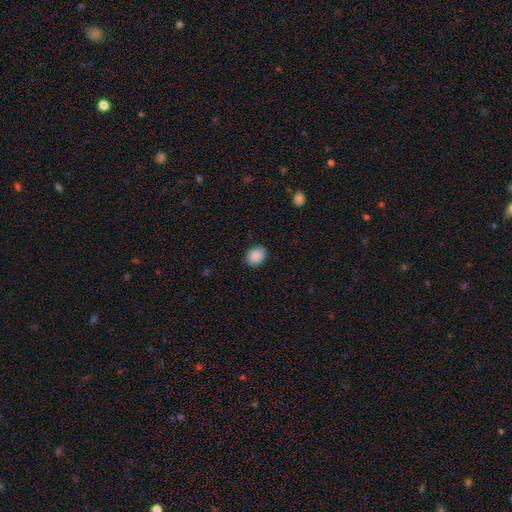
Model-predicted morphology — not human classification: Smooth or featured?
  - smooth: 89% *
  - star or artifact: 8%
  - featured or disk: 3%
How rounded?
  - in between: 51% *
  - round: 48%
  - cigar-shaped: 1%
Merging?
  - none: 86% *
  - minor disturbance: 10%
  - major disturbance: 2%
  - merger: 1%